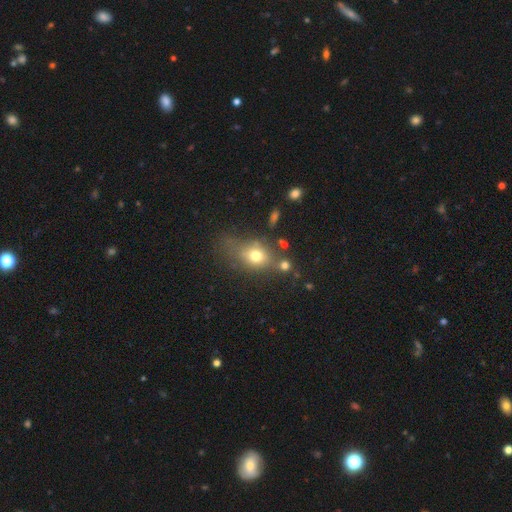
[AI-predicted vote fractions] Morphology: type=smooth (71%); roundness=in between (55%); merging=none (43%).